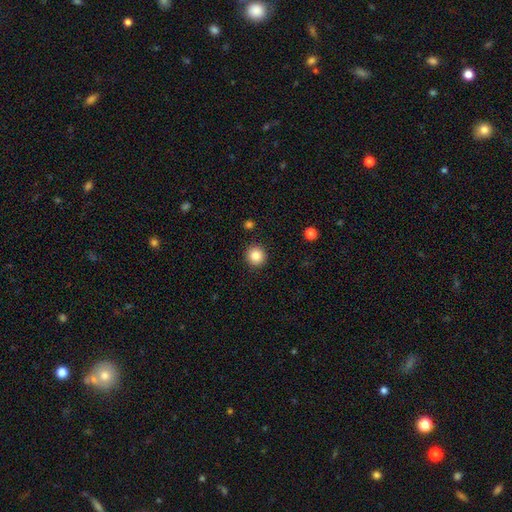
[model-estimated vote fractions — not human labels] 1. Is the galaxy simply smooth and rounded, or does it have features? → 85% smooth, 10% star or artifact, 5% featured or disk.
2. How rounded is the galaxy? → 93% round, 6% in between, 1% cigar-shaped.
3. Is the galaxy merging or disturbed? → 92% none, 5% minor disturbance, 2% major disturbance, 1% merger.